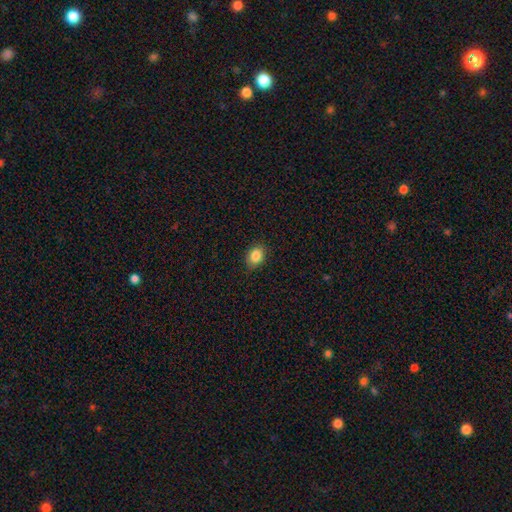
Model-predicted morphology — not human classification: smooth-or-featured: smooth: 86% | star or artifact: 9% | featured or disk: 5%
  how-rounded: in between: 63% | round: 36% | cigar-shaped: 1%
  merging: none: 87% | minor disturbance: 10% | major disturbance: 2% | merger: 1%